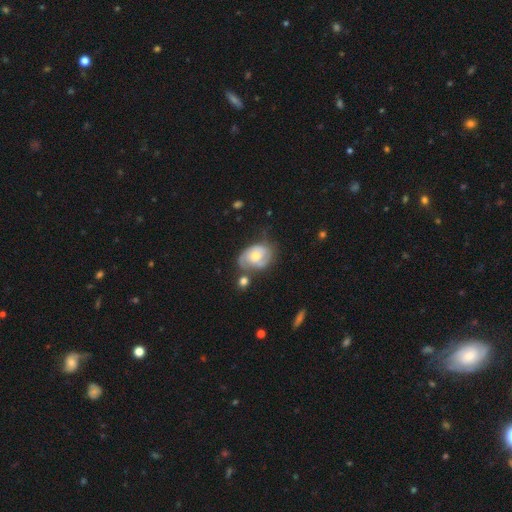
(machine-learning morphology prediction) Smooth or featured? Predicted: featured or disk (p=0.66). Edge-on disk? Predicted: no (p=0.97). Bar? Predicted: no (p=0.73). Spiral arms? Predicted: yes (p=0.83). Spiral winding? Predicted: tight (p=0.48). Spiral arm count? Predicted: 2 (p=0.57). Bulge size? Predicted: moderate (p=0.63). Merging? Predicted: none (p=0.45).